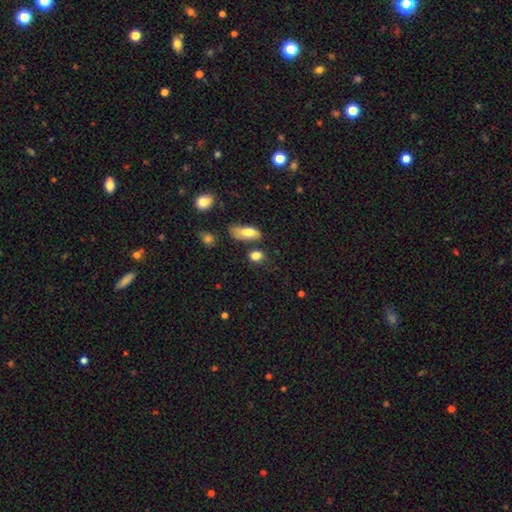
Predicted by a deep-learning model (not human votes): Q: Smooth or featured?
A: smooth (82%); runner-up: star or artifact (10%)
Q: How rounded?
A: in between (54%); runner-up: round (40%)
Q: Merging?
A: none (63%); runner-up: minor disturbance (19%)